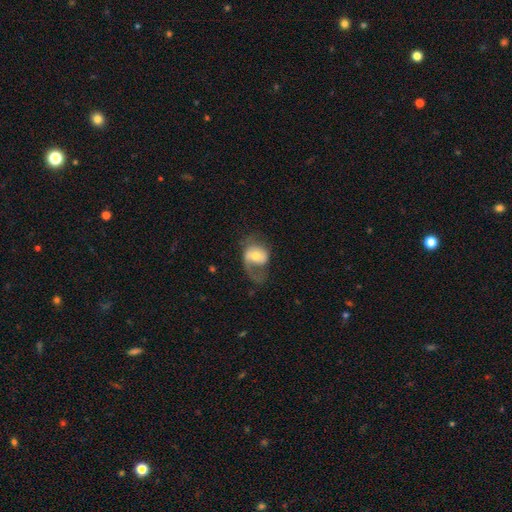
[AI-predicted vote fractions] This is possibly a featured or disk galaxy (57%). It is clearly not viewed edge-on (96%). Bar: likely no (60%). Spiral arm pattern: likely yes (80%). Central bulge: possibly moderate (60%). Merging: possibly major disturbance (45%).